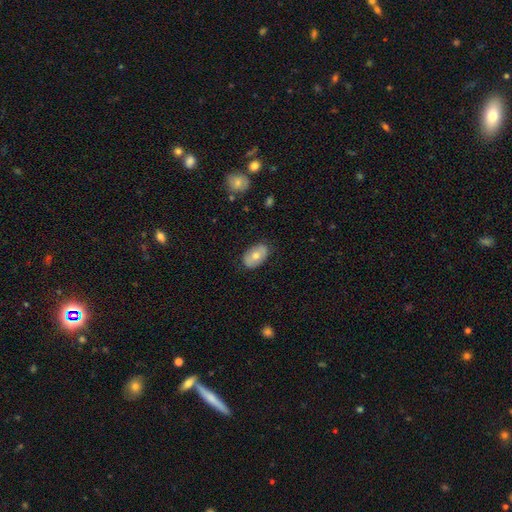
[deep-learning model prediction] smooth_or_featured: smooth (p=0.58) [alt: featured or disk p=0.35]
how_rounded: in between (p=0.89) [alt: round p=0.09]
merging: none (p=0.82) [alt: minor disturbance p=0.13]